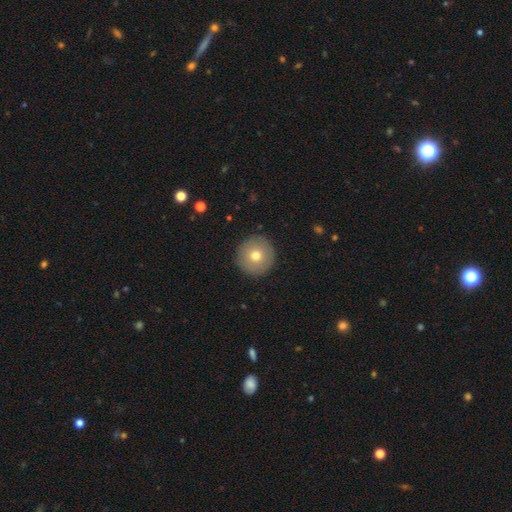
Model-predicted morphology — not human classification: Smooth or featured: smooth — 72% (featured or disk — 19%)
How rounded: round — 96% (in between — 3%)
Merging: none — 91% (minor disturbance — 6%)